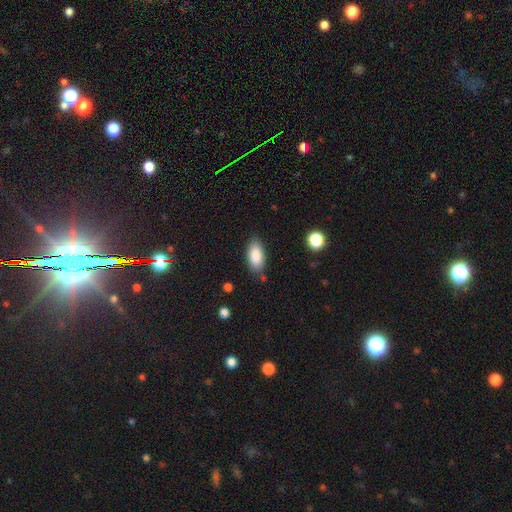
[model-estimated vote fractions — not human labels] This is clearly a smooth galaxy (86%). How rounded: clearly in between (91%). Merging: clearly none (82%).